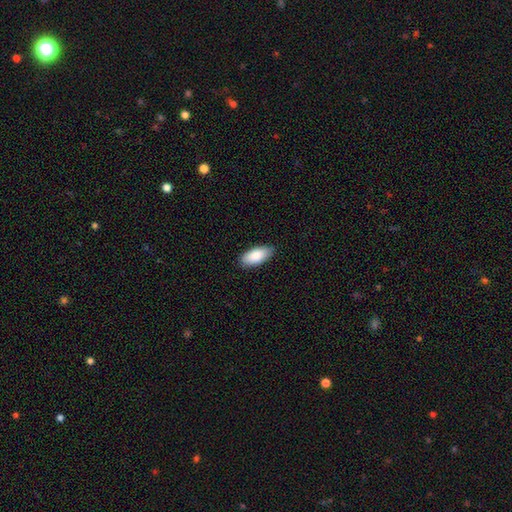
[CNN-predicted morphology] type=smooth (88%); roundness=in between (90%); merging=none (86%).